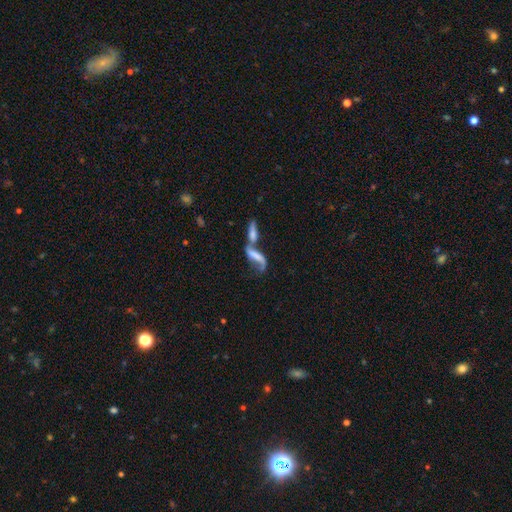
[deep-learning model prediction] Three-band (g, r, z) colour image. It shows a featured or disk galaxy (50%). Merging: merger (68%).